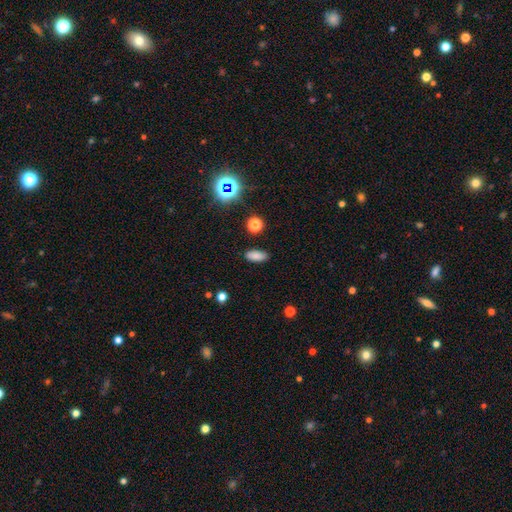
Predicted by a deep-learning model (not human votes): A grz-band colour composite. It shows a smooth galaxy with no disk features (82%) that is in between round and cigar-shaped (84%). Merging: none (88%).